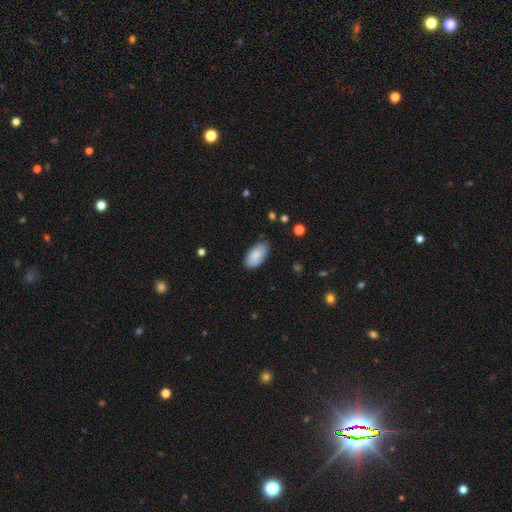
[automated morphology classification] Smooth or featured: smooth — 86% (featured or disk — 8%)
How rounded: in between — 95% (round — 3%)
Merging: none — 83% (minor disturbance — 13%)